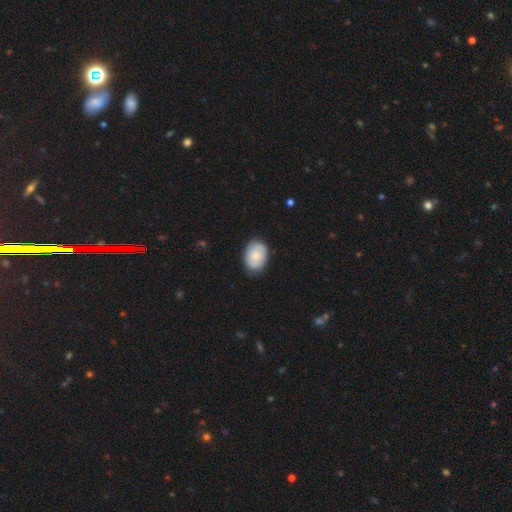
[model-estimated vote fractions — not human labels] A smooth galaxy with no disk features (75%) that is in between round and cigar-shaped (80%).

Vote fractions:
- Smooth or featured? smooth: 75% / featured or disk: 19% / star or artifact: 6%
- How rounded? in between: 80% / round: 19% / cigar-shaped: 1%
- Merging? none: 82% / minor disturbance: 15% / major disturbance: 3% / merger: 1%